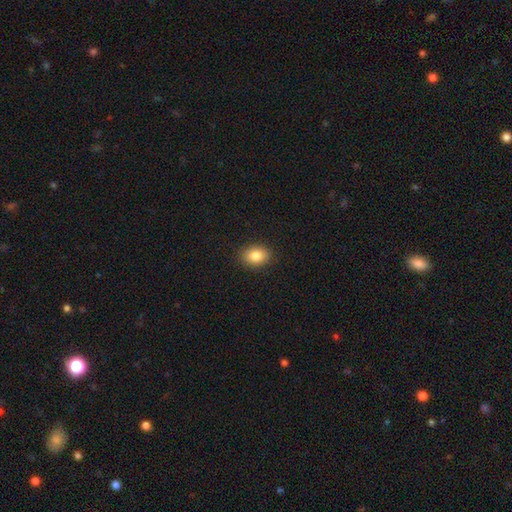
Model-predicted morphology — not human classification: A smooth galaxy with no disk features (85%) that is in between round and cigar-shaped (68%). Merging: none (89%).